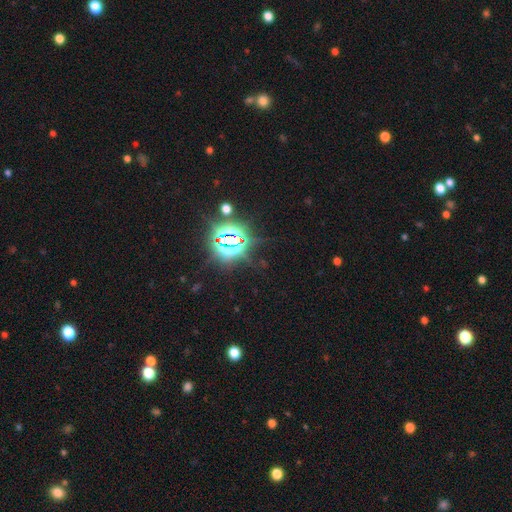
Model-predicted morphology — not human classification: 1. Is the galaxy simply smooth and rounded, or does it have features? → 84% star or artifact, 9% smooth, 6% featured or disk.